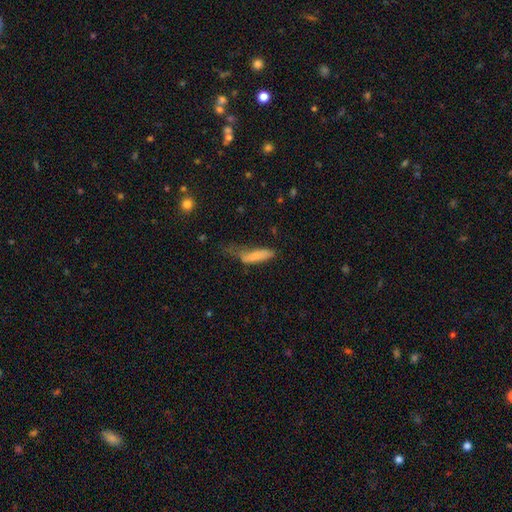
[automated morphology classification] Overall: smooth (76%). How rounded: cigar-shaped (62%; in between 36%). Merging: major disturbance (36%; minor disturbance 33%).